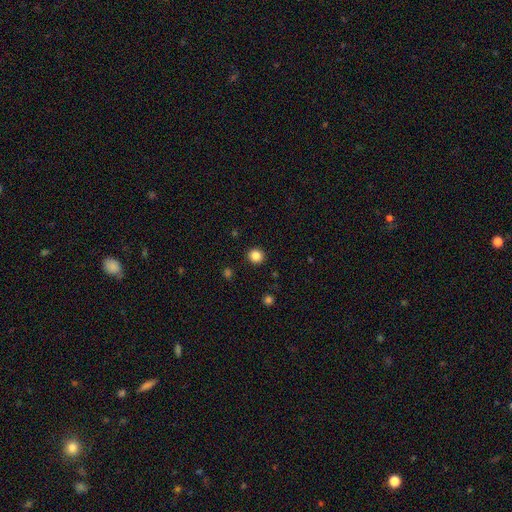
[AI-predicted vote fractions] Smooth or featured: smooth — 86% (star or artifact — 11%)
How rounded: round — 91% (in between — 8%)
Merging: none — 92% (minor disturbance — 5%)